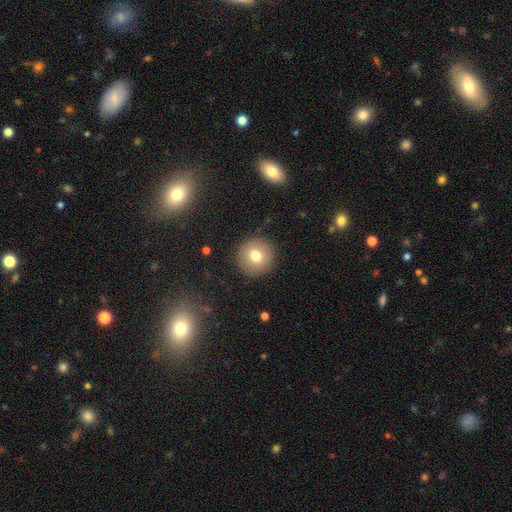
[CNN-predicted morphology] This appears to be a smooth galaxy with no disk features (76%) that is round (94%). Merging: none (90%).